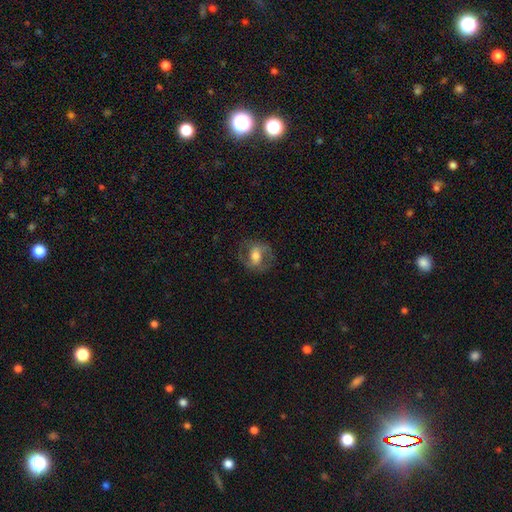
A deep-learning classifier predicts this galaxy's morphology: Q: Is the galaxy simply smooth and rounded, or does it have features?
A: featured or disk — 61%.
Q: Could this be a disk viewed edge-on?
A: no — 95%.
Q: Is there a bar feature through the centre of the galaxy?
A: weak — 39%.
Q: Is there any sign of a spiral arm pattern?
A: yes — 75%.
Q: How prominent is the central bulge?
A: moderate — 55%.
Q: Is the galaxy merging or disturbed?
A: none — 72%.